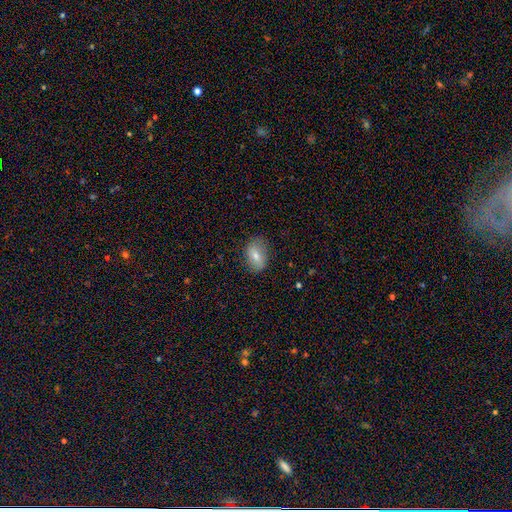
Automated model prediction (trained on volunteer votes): This is likely a smooth galaxy (62%). How rounded: clearly in between (83%). Merging: clearly none (82%).